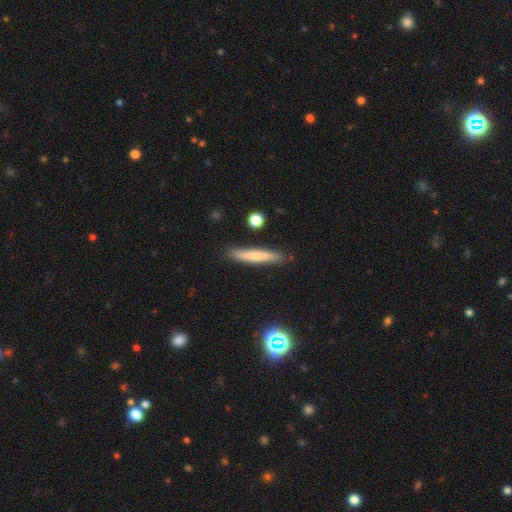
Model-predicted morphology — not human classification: This appears to be a smooth galaxy with no disk features (63%) that is cigar-shaped (92%). Merging: none (88%).